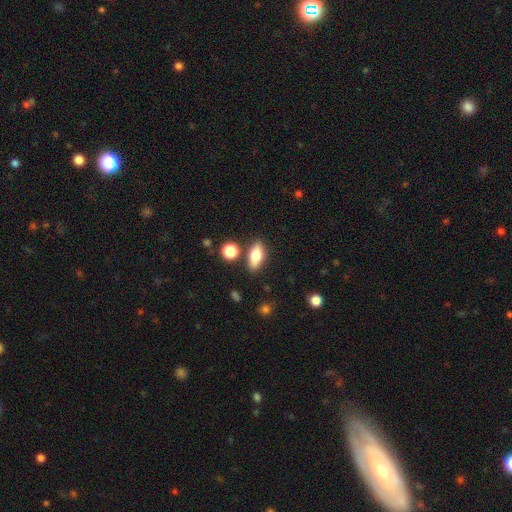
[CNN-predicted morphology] A smooth galaxy with no disk features (73%) that is in between round and cigar-shaped (76%).

Vote fractions:
- Smooth or featured? smooth: 73% / featured or disk: 20% / star or artifact: 8%
- How rounded? in between: 76% / cigar-shaped: 19% / round: 6%
- Merging? none: 81% / minor disturbance: 10% / merger: 6% / major disturbance: 3%